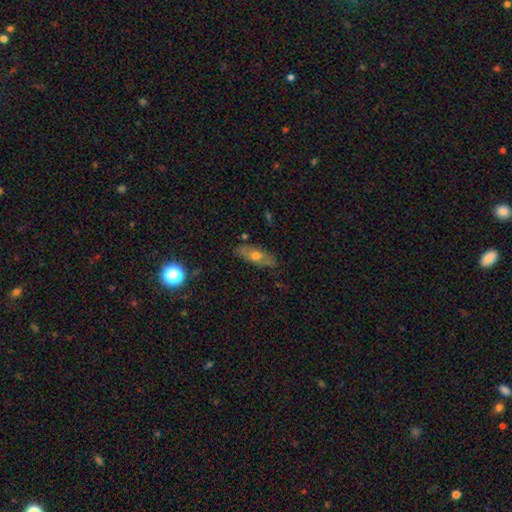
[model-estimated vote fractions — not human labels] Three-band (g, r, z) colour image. It shows a smooth galaxy with no disk features (49%). Merging: none (82%).